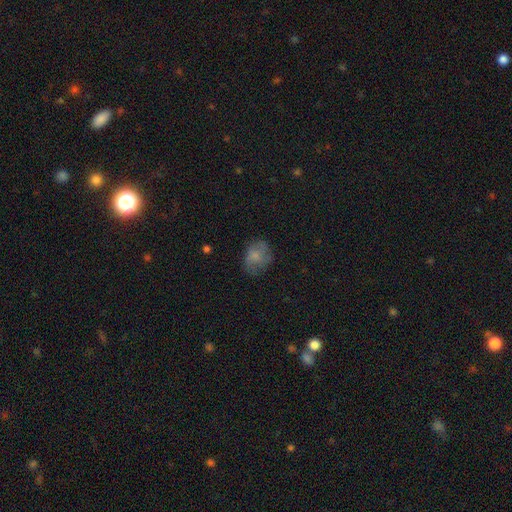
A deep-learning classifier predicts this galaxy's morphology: This is likely a smooth galaxy (70%). How rounded: possibly in between (58%). Merging: likely none (61%).